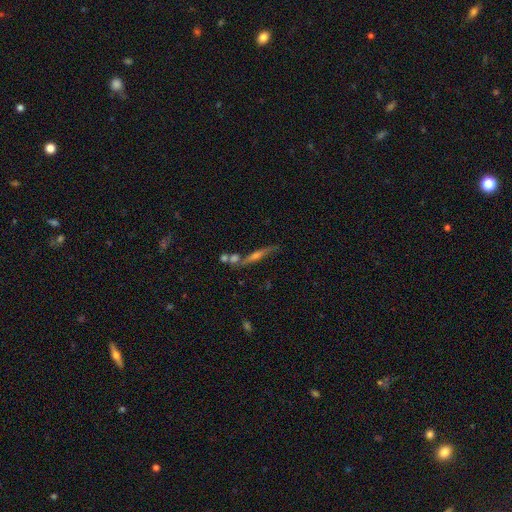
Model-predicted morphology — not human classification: Overall: featured or disk (64%; smooth 25%). Edge-on disk: yes (90%). Edge-on bulge: rounded (77%). Merging: none (67%).